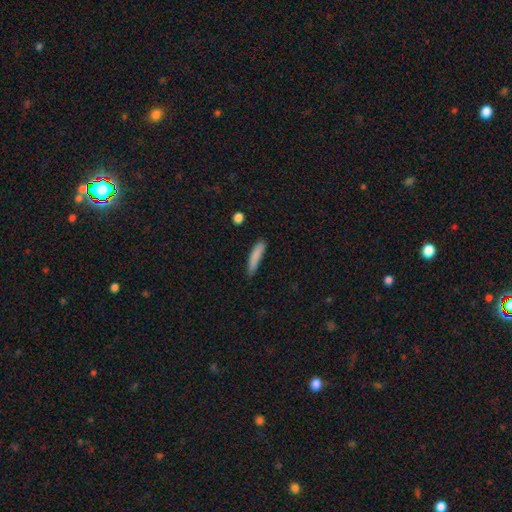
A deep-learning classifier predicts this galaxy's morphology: Smooth or featured? smooth (84%)
How rounded? cigar-shaped (84%)
Merging? none (74%)